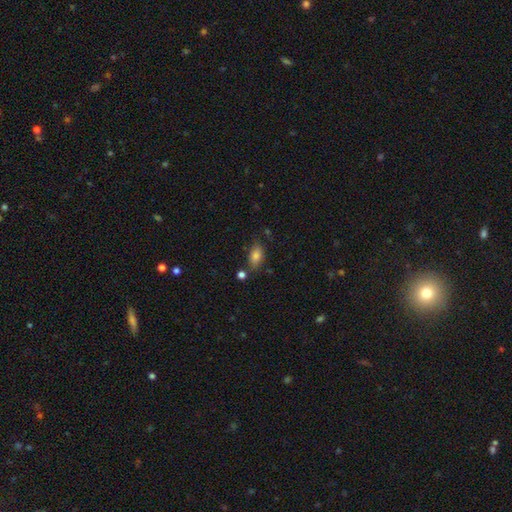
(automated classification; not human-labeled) A smooth galaxy with no disk features (81%) that is in between round and cigar-shaped (89%). Merging: none (68%).